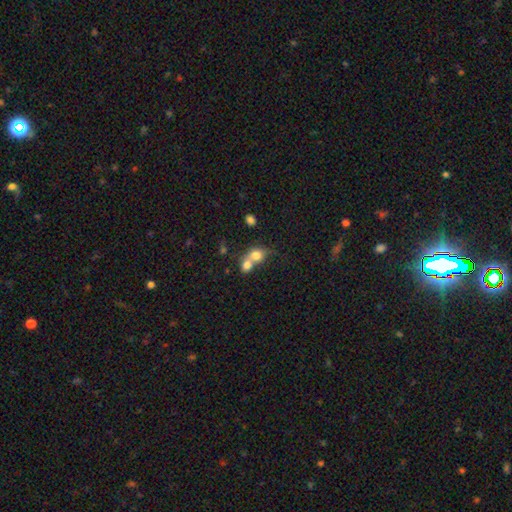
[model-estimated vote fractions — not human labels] A smooth galaxy with no disk features (76%) that is round (62%). Merging: merger (70%).